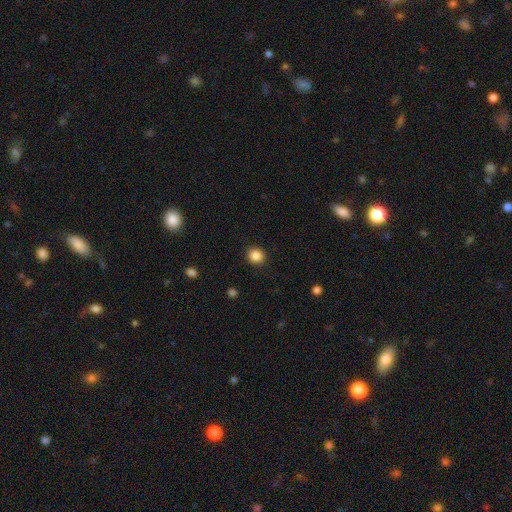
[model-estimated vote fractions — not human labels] Overall: smooth (86%). How rounded: round (87%). Merging: none (91%).